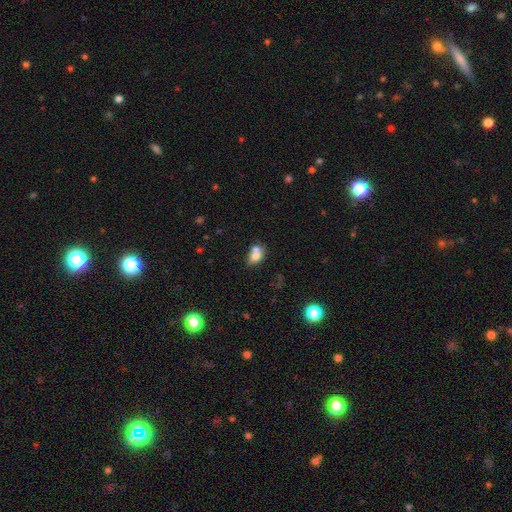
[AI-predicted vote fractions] smooth-or-featured: smooth: 71% | featured or disk: 18% | star or artifact: 10%
  how-rounded: in between: 65% | round: 34% | cigar-shaped: 2%
  merging: merger: 53% | none: 32% | minor disturbance: 11% | major disturbance: 5%